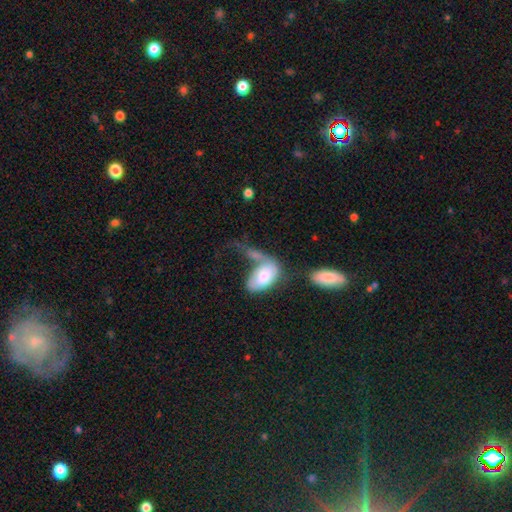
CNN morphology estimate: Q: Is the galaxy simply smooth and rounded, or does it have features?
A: smooth — 62%.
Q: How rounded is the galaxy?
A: in between — 90%.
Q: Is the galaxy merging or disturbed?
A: major disturbance — 33%.